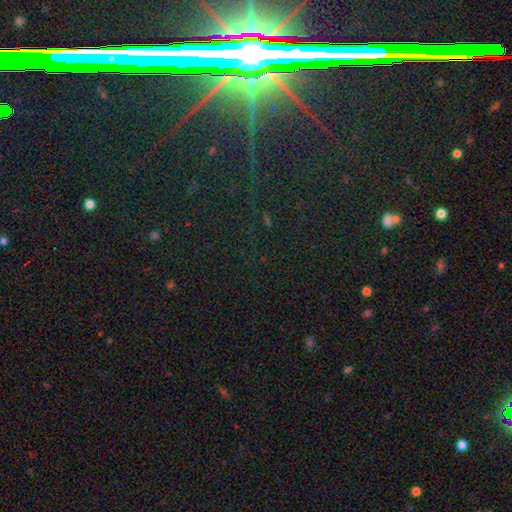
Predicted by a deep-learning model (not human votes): star or artifact 79%, featured or disk 12%, smooth 9%.